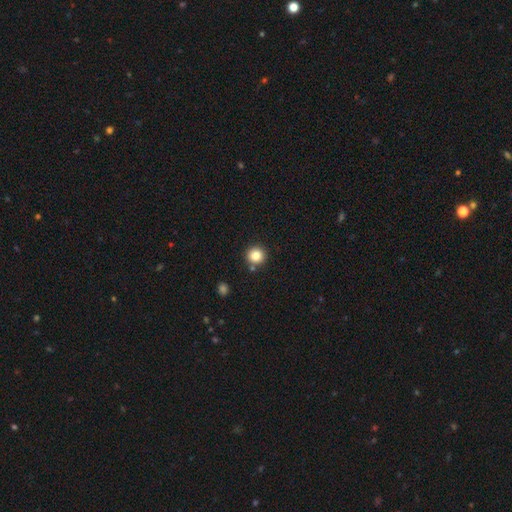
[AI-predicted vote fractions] Smooth or featured? Predicted: smooth (p=0.83). How rounded? Predicted: round (p=0.95). Merging? Predicted: none (p=0.86).